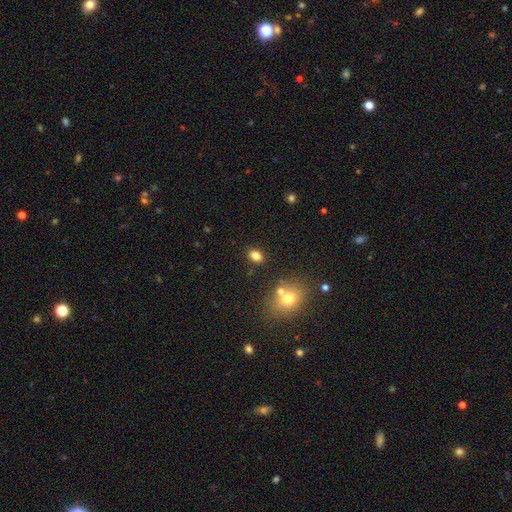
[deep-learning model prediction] smooth-or-featured: smooth: 81% | star or artifact: 12% | featured or disk: 7%
  how-rounded: in between: 75% | round: 24% | cigar-shaped: 2%
  merging: none: 82% | minor disturbance: 10% | merger: 6% | major disturbance: 3%